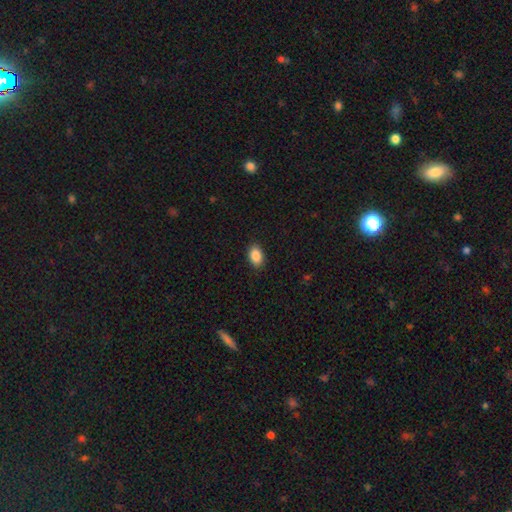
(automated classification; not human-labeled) Smooth or featured? Predicted: smooth (p=0.89). How rounded? Predicted: in between (p=0.90). Merging? Predicted: none (p=0.89).